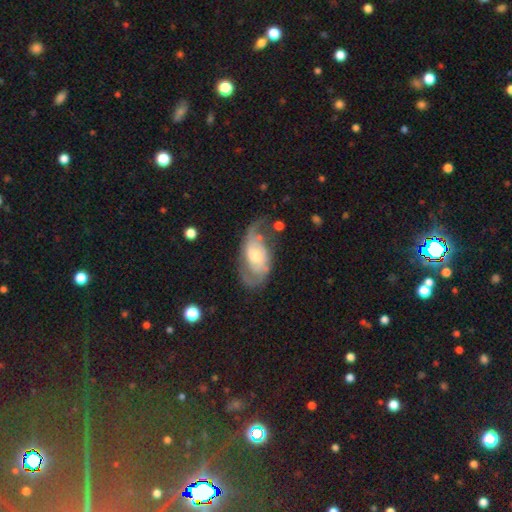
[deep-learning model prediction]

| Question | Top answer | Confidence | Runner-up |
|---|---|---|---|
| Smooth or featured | featured or disk | 80% | smooth (14%) |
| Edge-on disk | no | 95% | yes (5%) |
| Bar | no | 59% | weak (33%) |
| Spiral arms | yes | 92% | no (8%) |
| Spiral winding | medium | 43% | loose (32%) |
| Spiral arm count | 2 | 79% | can't tell (10%) |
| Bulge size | moderate | 57% | small (32%) |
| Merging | none | 57% | minor disturbance (22%) |